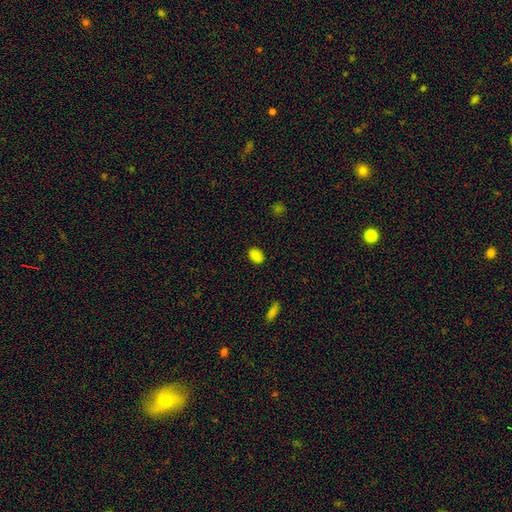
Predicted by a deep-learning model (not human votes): smooth 85%, star or artifact 12%, featured or disk 3%. Down the decision tree: how rounded — in between (79%); merging — none (86%).